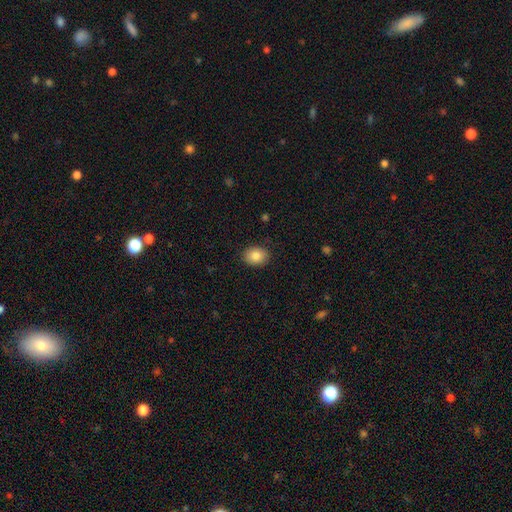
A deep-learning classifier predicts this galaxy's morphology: smooth-or-featured: smooth: 86% | star or artifact: 8% | featured or disk: 6%
  how-rounded: in between: 58% | round: 41% | cigar-shaped: 1%
  merging: none: 88% | minor disturbance: 9% | major disturbance: 2% | merger: 1%